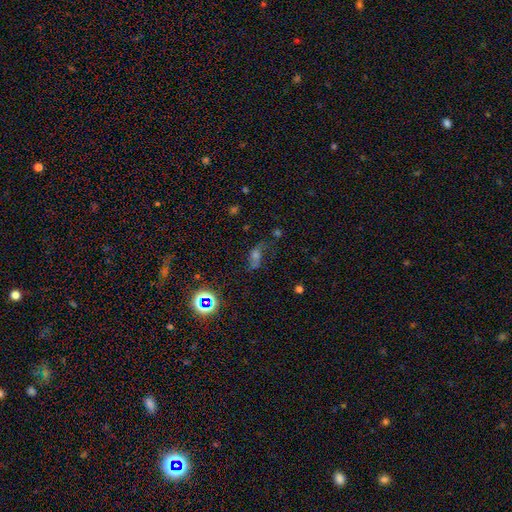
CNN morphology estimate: A featured or disk galaxy (35%). Merging: none (54%).